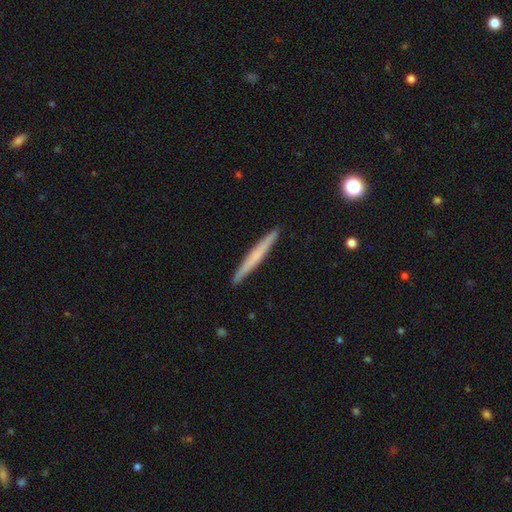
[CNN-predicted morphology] smooth_or_featured: smooth (p=0.54) [alt: featured or disk p=0.40]
how_rounded: cigar-shaped (p=0.97) [alt: in between p=0.02]
merging: none (p=0.93) [alt: minor disturbance p=0.05]